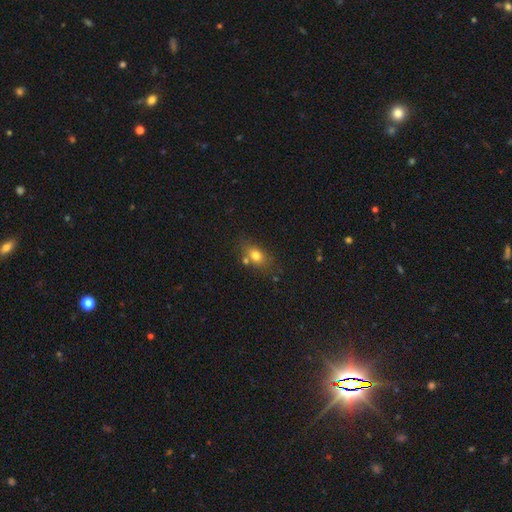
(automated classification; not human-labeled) smooth-or-featured: smooth: 75% | featured or disk: 13% | star or artifact: 12%
  how-rounded: in between: 66% | round: 30% | cigar-shaped: 3%
  merging: none: 63% | merger: 17% | minor disturbance: 15% | major disturbance: 5%